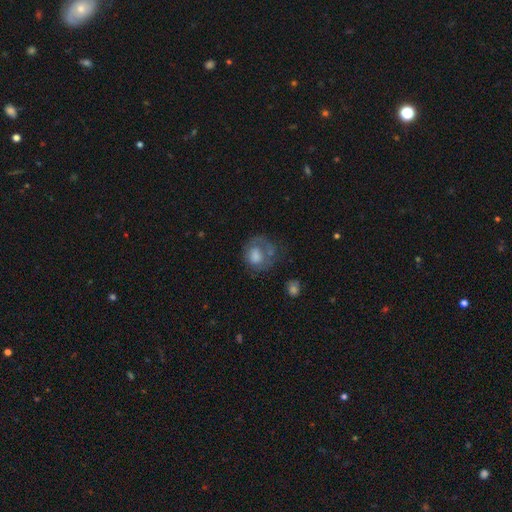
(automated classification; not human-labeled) Overall: smooth (46%; featured or disk 42%). Merging: none (42%; major disturbance 32%).